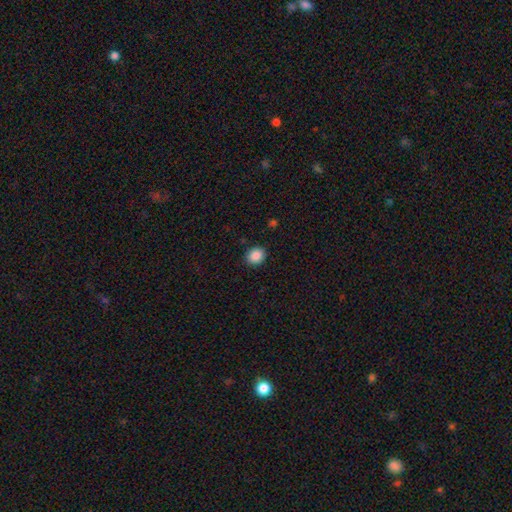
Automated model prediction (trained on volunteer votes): A smooth galaxy with no disk features (88%) that is round (65%). Merging: none (89%).